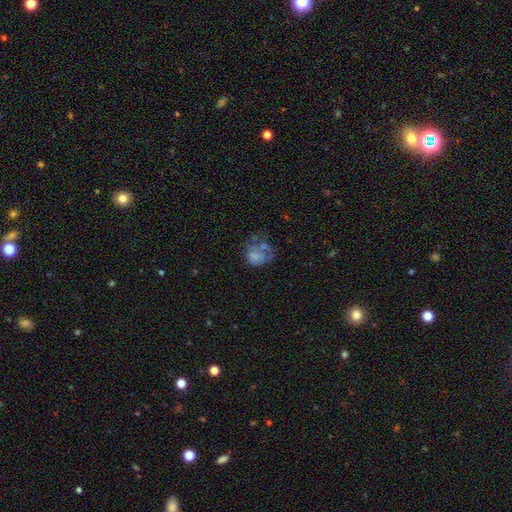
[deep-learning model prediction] Smooth or featured?
  - smooth: 53% *
  - featured or disk: 35%
  - star or artifact: 12%
How rounded?
  - round: 55% *
  - in between: 44%
  - cigar-shaped: 1%
Merging?
  - major disturbance: 37% *
  - none: 28%
  - minor disturbance: 22%
  - merger: 13%